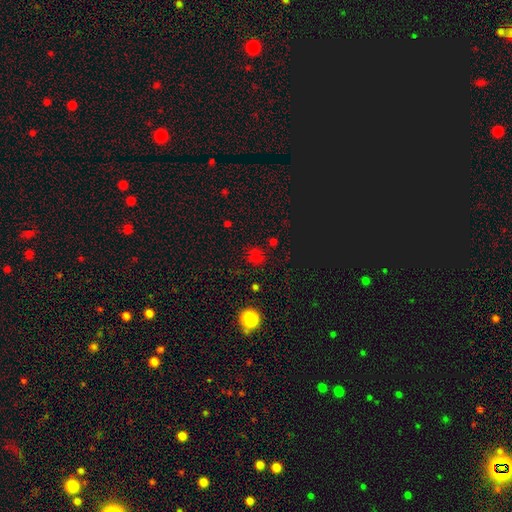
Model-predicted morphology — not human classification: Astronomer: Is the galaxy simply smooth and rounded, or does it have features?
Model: smooth — 51% (runner-up: star or artifact, 43%).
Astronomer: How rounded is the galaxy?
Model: round — 82%.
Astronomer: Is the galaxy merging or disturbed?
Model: none — 82%.